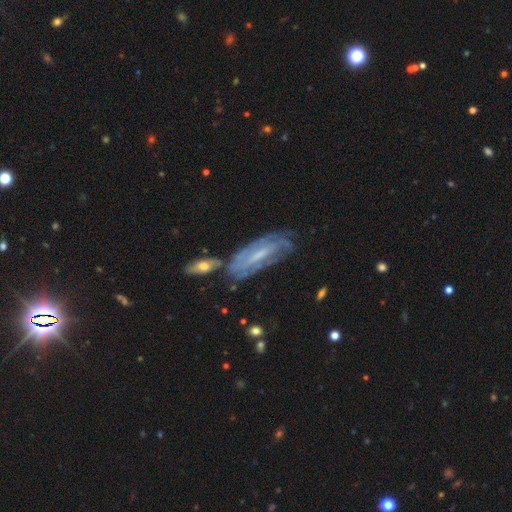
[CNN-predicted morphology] smooth_or_featured: featured or disk (p=0.74) [alt: smooth p=0.17]
disk_edge_on: no (p=0.82) [alt: yes p=0.18]
bar: weak (p=0.46) [alt: strong p=0.32]
has_spiral_arms: yes (p=0.86) [alt: no p=0.14]
spiral_winding: tight (p=0.63) [alt: medium p=0.28]
spiral_arm_count: can't tell (p=0.51) [alt: 2 p=0.28]
bulge_size: small (p=0.55) [alt: moderate p=0.31]
merging: none (p=0.63) [alt: minor disturbance p=0.18]